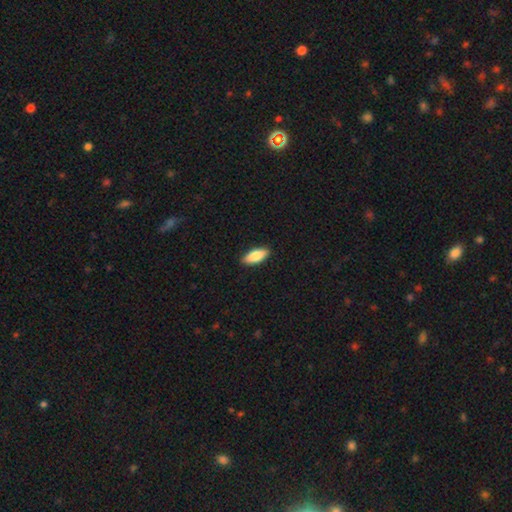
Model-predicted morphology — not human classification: Q: Smooth or featured?
A: smooth (84%); runner-up: featured or disk (11%)
Q: How rounded?
A: in between (80%); runner-up: cigar-shaped (18%)
Q: Merging?
A: none (90%); runner-up: minor disturbance (7%)